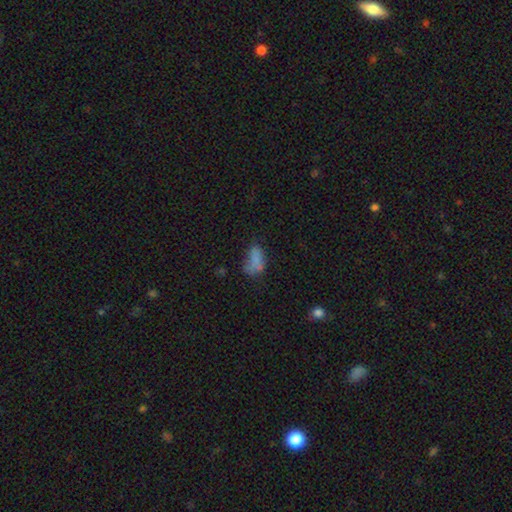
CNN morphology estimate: The model was most divided on "merging": none: 38%, minor disturbance: 27%, major disturbance: 23%, merger: 11%. More confident: how rounded — in between (83%); smooth or featured — smooth (71%).